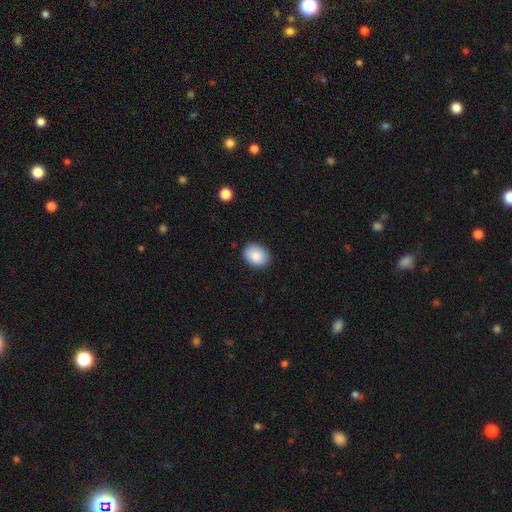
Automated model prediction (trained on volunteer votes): Overall: smooth (87%). How rounded: in between (67%; round 32%). Merging: none (88%).